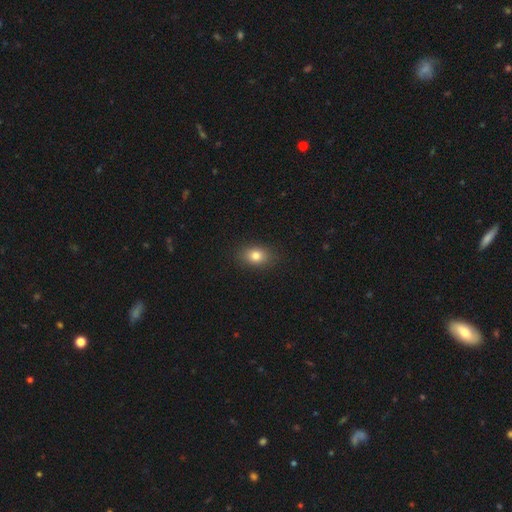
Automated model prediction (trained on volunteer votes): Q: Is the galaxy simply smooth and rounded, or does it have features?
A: smooth — 81%.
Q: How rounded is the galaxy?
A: in between — 72%.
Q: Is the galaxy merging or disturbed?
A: none — 88%.